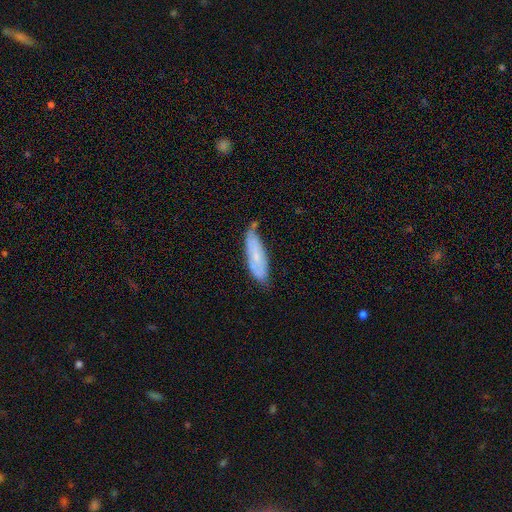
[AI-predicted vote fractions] Smooth or featured? smooth (54%)
How rounded? cigar-shaped (55%)
Merging? none (62%)